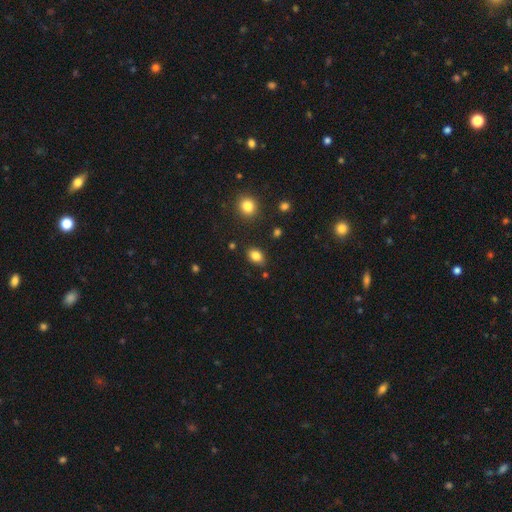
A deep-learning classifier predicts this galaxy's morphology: smooth_or_featured: smooth (p=0.83) [alt: star or artifact p=0.10]
how_rounded: in between (p=0.79) [alt: round p=0.20]
merging: none (p=0.83) [alt: minor disturbance p=0.11]